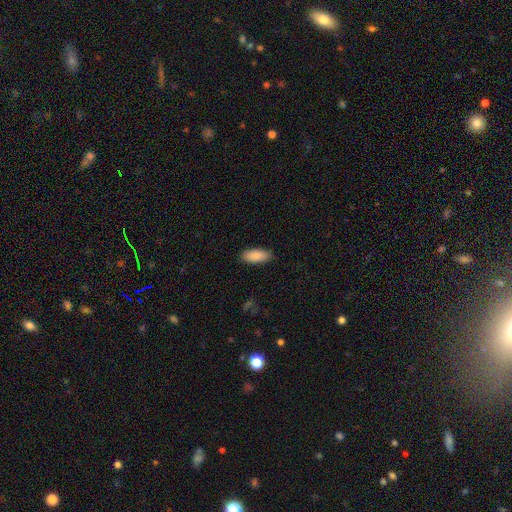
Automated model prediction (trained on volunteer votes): Smooth or featured? Predicted: smooth (p=0.88). How rounded? Predicted: in between (p=0.84). Merging? Predicted: none (p=0.88).